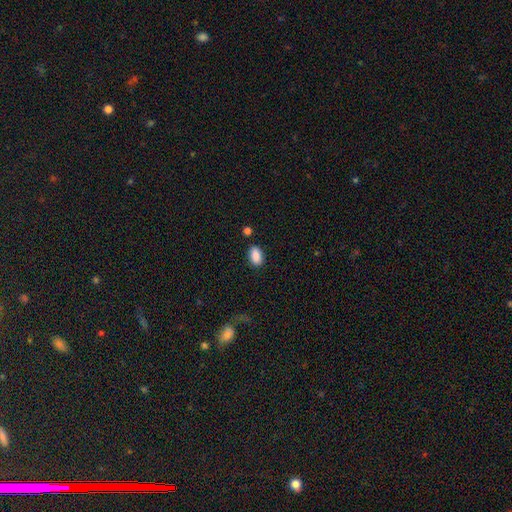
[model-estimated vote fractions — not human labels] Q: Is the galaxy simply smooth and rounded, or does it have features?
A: smooth — 89%.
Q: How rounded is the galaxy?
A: in between — 90%.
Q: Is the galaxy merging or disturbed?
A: none — 83%.